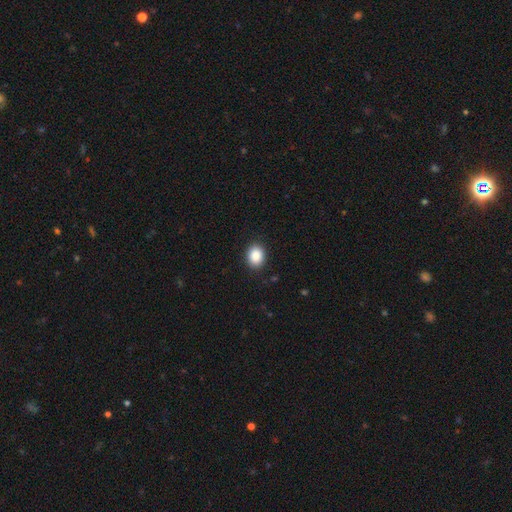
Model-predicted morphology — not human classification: smooth_or_featured: smooth (p=0.88) [alt: star or artifact p=0.08]
how_rounded: in between (p=0.57) [alt: round p=0.42]
merging: none (p=0.89) [alt: minor disturbance p=0.08]